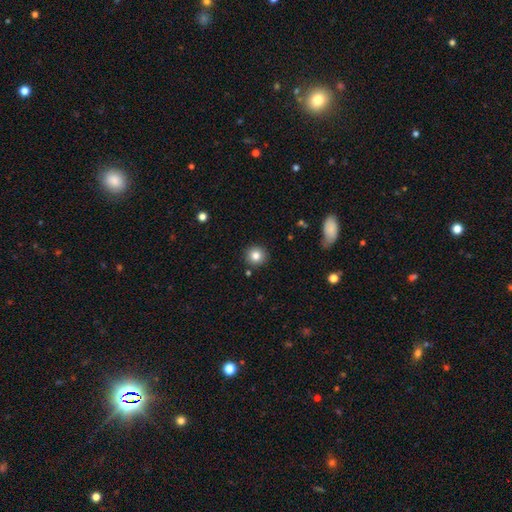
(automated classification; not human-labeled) Smooth or featured?
  - smooth: 82% *
  - star or artifact: 11%
  - featured or disk: 7%
How rounded?
  - round: 94% *
  - in between: 5%
  - cigar-shaped: 1%
Merging?
  - none: 90% *
  - minor disturbance: 6%
  - merger: 2%
  - major disturbance: 2%